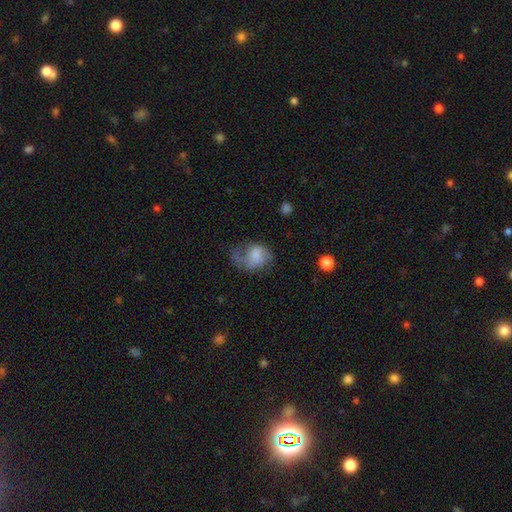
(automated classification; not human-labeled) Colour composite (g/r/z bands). It shows a smooth galaxy with no disk features (55%) that is in between round and cigar-shaped (56%). Merging: major disturbance (41%).